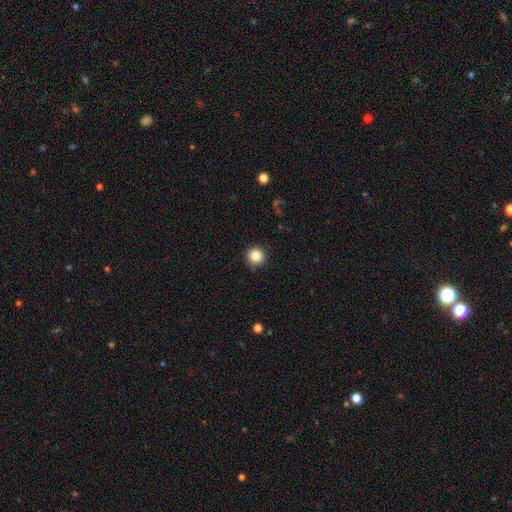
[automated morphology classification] A smooth galaxy with no disk features (86%) that is round (96%).

Vote fractions:
- Smooth or featured? smooth: 86% / star or artifact: 10% / featured or disk: 4%
- How rounded? round: 96% / in between: 3% / cigar-shaped: 1%
- Merging? none: 91% / minor disturbance: 6% / major disturbance: 2% / merger: 1%